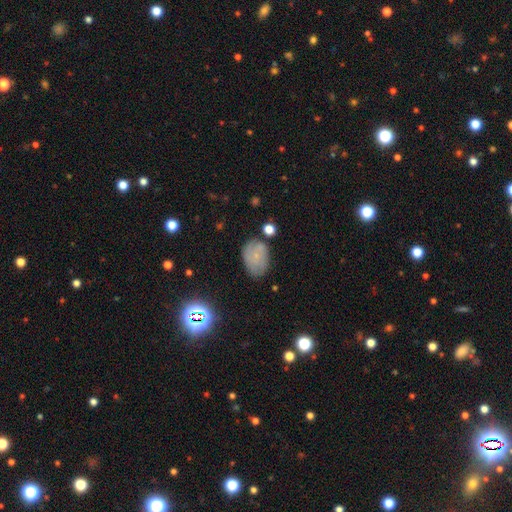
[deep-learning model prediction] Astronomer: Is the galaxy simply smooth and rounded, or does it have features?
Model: smooth — 53% (runner-up: featured or disk, 35%).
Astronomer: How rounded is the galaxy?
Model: in between — 80%.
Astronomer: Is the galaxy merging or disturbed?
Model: none — 64%.